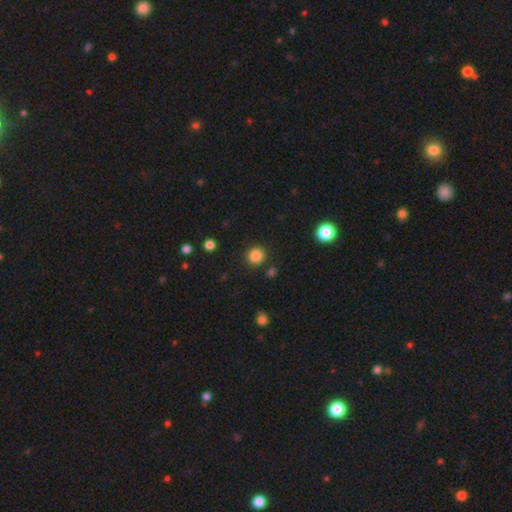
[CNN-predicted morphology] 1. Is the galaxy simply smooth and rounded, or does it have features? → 85% smooth, 11% star or artifact, 3% featured or disk.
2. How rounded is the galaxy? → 92% round, 7% in between, 1% cigar-shaped.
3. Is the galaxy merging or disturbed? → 88% none, 7% minor disturbance, 3% major disturbance, 2% merger.